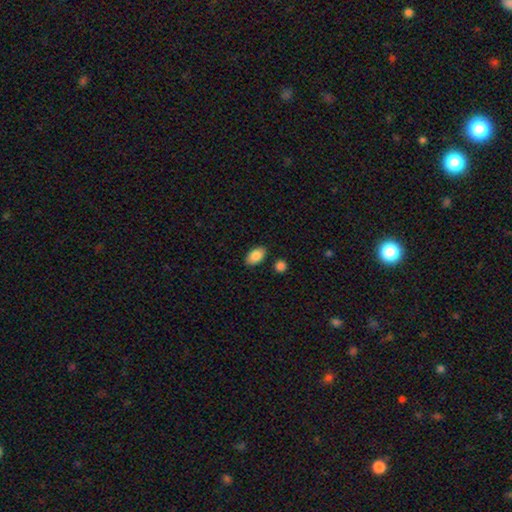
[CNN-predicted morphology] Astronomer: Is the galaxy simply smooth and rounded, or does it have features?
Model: smooth — 86%.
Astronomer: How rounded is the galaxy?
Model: in between — 93%.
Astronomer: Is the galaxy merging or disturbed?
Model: none — 85%.